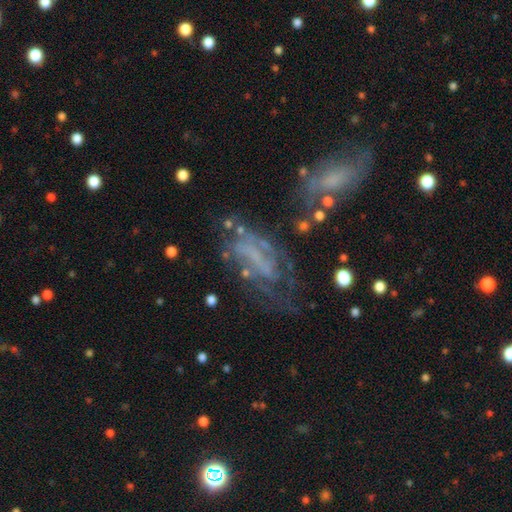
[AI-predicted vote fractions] A featured or disk galaxy (61%) with no bar (57%), no spiral arms (51%) and no central bulge (69%). Merging: none (38%).